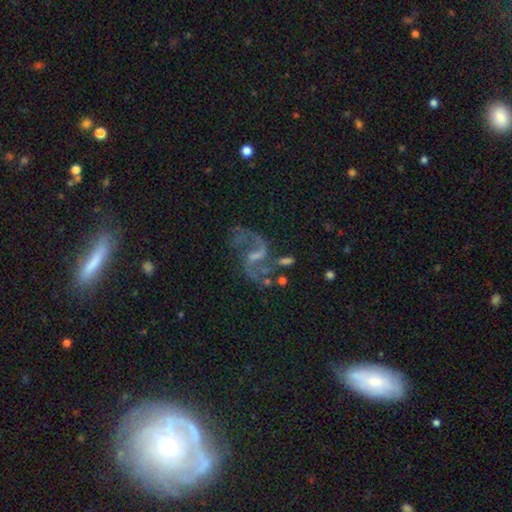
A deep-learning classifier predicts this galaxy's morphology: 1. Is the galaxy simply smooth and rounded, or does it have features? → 82% featured or disk, 11% star or artifact, 7% smooth.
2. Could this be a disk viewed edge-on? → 96% no, 4% yes.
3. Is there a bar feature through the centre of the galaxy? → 51% weak, 27% no, 22% strong.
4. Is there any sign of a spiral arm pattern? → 95% yes, 5% no.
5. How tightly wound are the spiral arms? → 49% loose, 41% medium, 10% tight.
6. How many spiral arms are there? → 90% 2, 4% can't tell, 2% 1, 2% 3, 1% 4, 1% more than 4.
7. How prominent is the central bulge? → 47% small, 25% moderate, 24% none, 3% large, 1% dominant.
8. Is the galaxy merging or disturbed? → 71% none, 15% minor disturbance, 10% major disturbance, 4% merger.